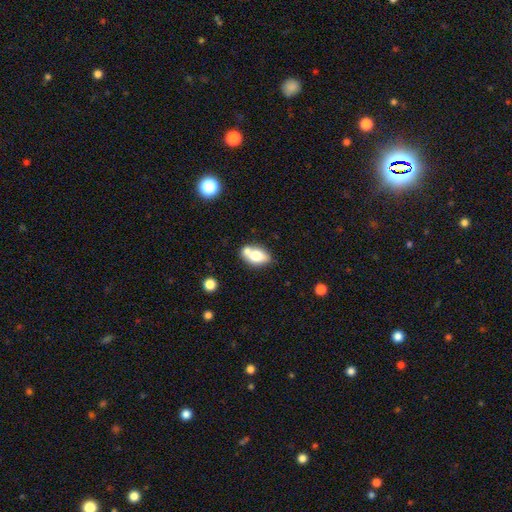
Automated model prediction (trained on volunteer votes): Smooth or featured?
  - smooth: 72% *
  - featured or disk: 20%
  - star or artifact: 8%
How rounded?
  - in between: 86% *
  - round: 11%
  - cigar-shaped: 3%
Merging?
  - none: 50% *
  - merger: 31%
  - minor disturbance: 15%
  - major disturbance: 4%